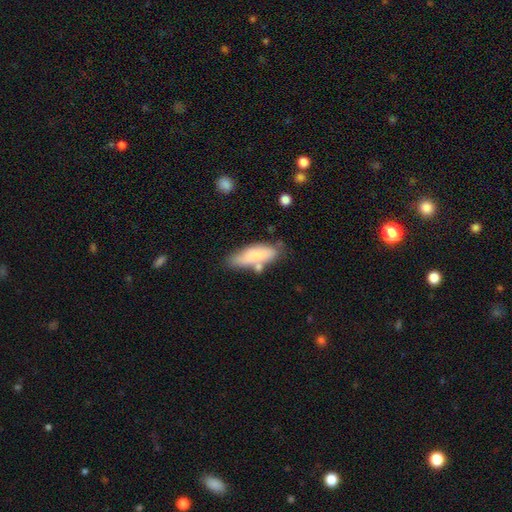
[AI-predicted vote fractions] Smooth or featured? smooth (78%)
How rounded? in between (55%)
Merging? none (57%)